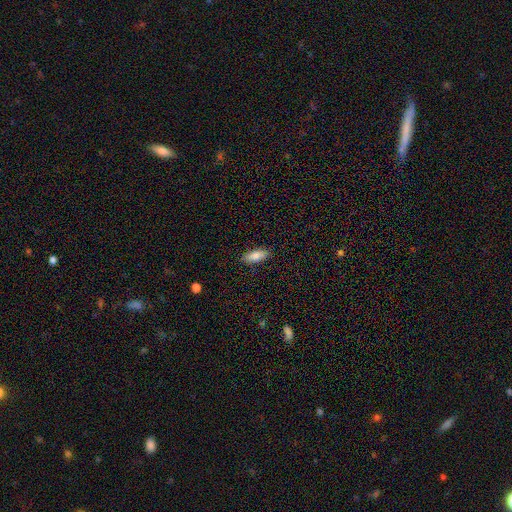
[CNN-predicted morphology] Smooth or featured? Predicted: smooth (p=0.84). How rounded? Predicted: in between (p=0.77). Merging? Predicted: none (p=0.87).